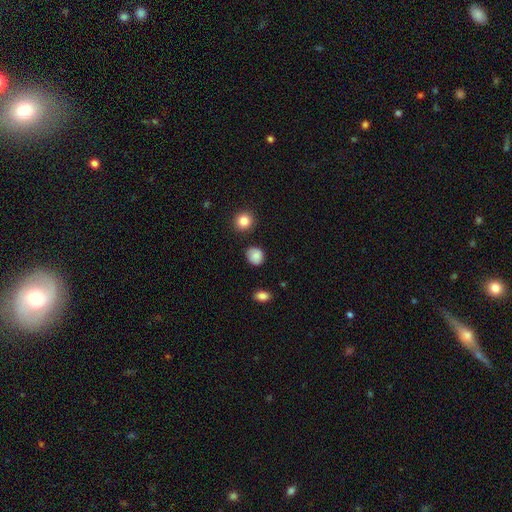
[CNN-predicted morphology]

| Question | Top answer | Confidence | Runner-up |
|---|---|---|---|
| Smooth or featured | smooth | 84% | star or artifact (9%) |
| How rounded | round | 76% | in between (23%) |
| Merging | none | 82% | minor disturbance (13%) |